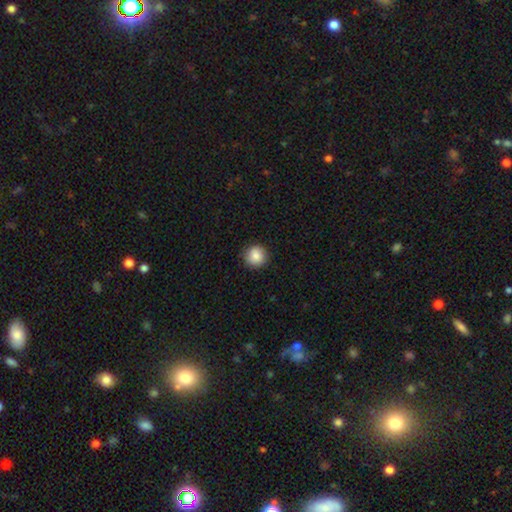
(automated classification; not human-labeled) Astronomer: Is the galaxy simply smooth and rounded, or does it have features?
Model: smooth — 85%.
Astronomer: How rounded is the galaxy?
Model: round — 94%.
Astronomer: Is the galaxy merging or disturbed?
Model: none — 89%.